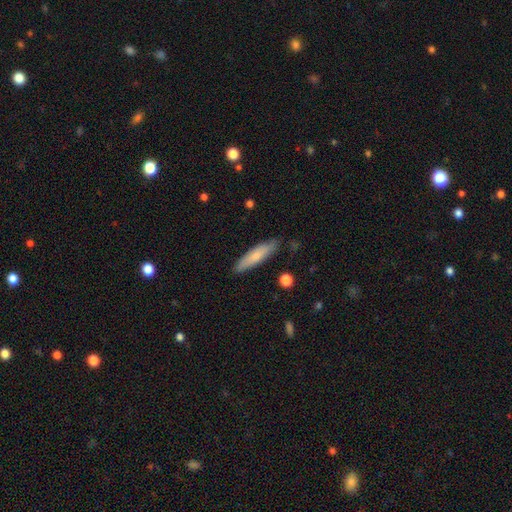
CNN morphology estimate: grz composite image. It shows a smooth galaxy with no disk features (73%) that is cigar-shaped (79%). Merging: none (86%).